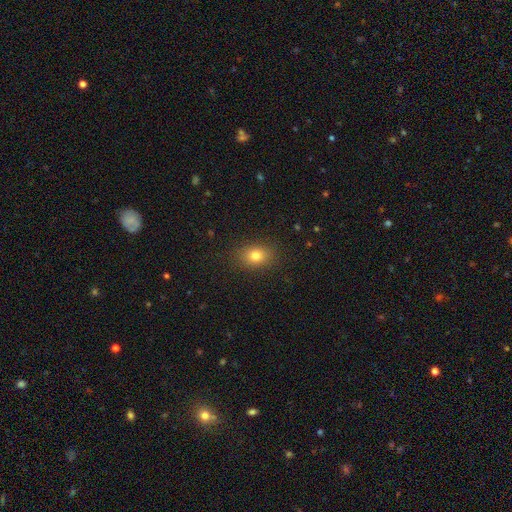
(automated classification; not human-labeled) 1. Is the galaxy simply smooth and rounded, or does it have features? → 79% smooth, 12% star or artifact, 9% featured or disk.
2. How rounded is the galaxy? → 63% in between, 36% round, 1% cigar-shaped.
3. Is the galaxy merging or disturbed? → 88% none, 9% minor disturbance, 3% major disturbance, 1% merger.